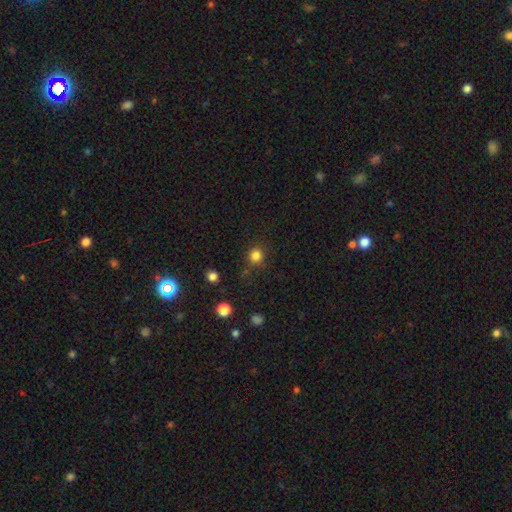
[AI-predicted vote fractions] Smooth or featured?
  - smooth: 82% *
  - star or artifact: 14%
  - featured or disk: 4%
How rounded?
  - round: 91% *
  - in between: 8%
  - cigar-shaped: 1%
Merging?
  - none: 85% *
  - minor disturbance: 9%
  - major disturbance: 3%
  - merger: 3%